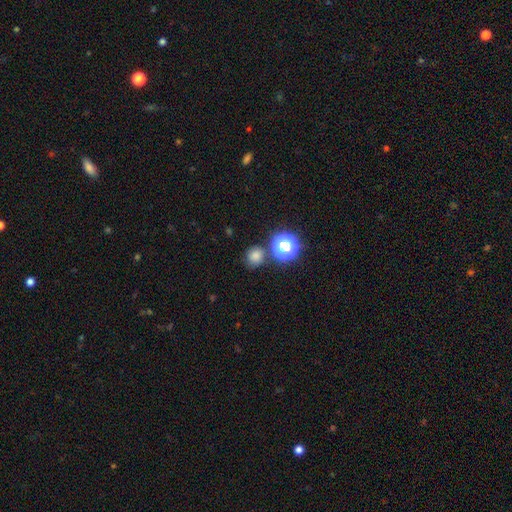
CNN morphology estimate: Q: Smooth or featured?
A: smooth (76%); runner-up: star or artifact (19%)
Q: How rounded?
A: round (87%); runner-up: in between (12%)
Q: Merging?
A: none (77%); runner-up: minor disturbance (10%)